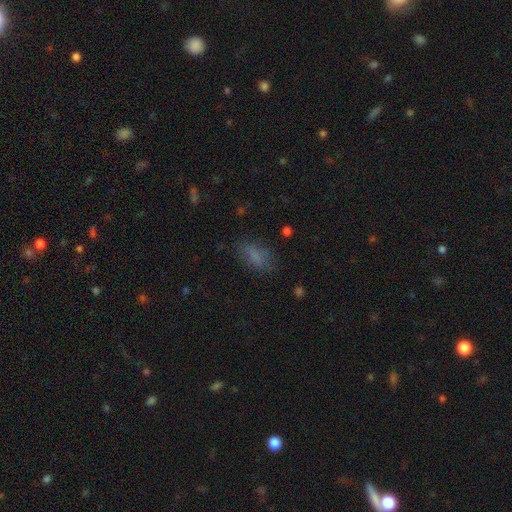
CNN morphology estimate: Smooth or featured? Predicted: smooth (p=0.76). How rounded? Predicted: in between (p=0.82). Merging? Predicted: none (p=0.69).